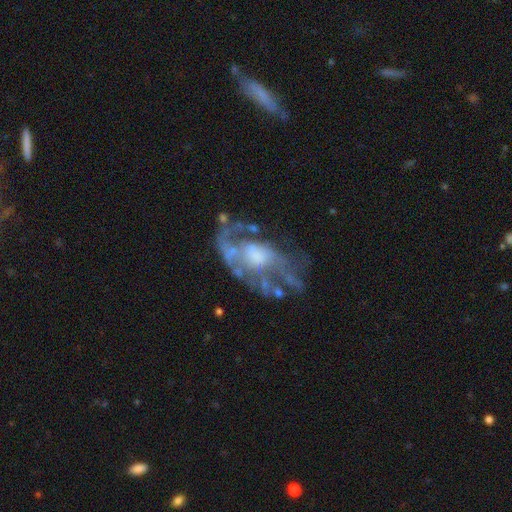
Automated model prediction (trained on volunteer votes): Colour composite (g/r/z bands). It shows a featured or disk galaxy (78%) with no bar (72%), spiral arms (61%) and a moderate central bulge (37%). Merging: none (40%).